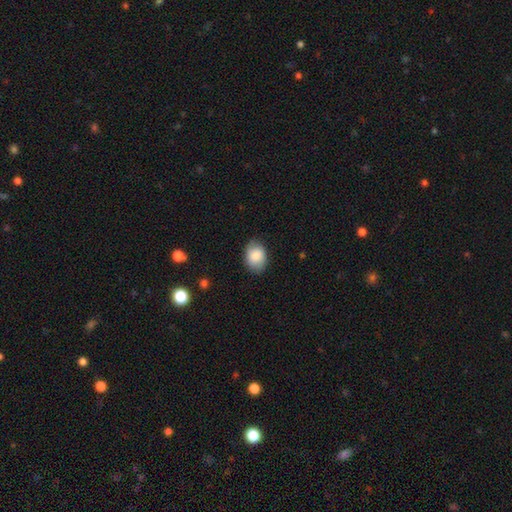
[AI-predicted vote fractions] A smooth galaxy with no disk features (83%) that is in between round and cigar-shaped (73%).

Vote fractions:
- Smooth or featured? smooth: 83% / featured or disk: 10% / star or artifact: 7%
- How rounded? in between: 73% / round: 26% / cigar-shaped: 1%
- Merging? none: 81% / minor disturbance: 15% / major disturbance: 3% / merger: 1%